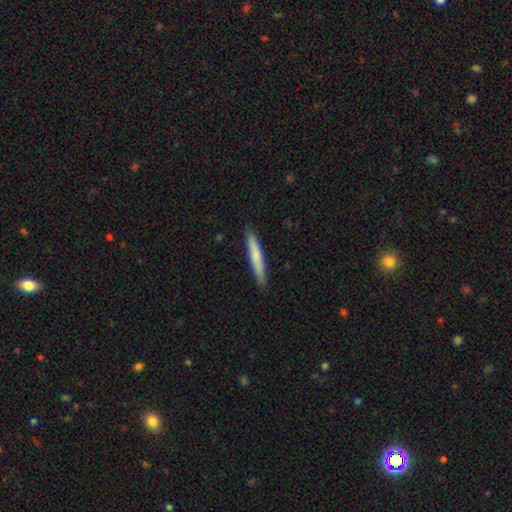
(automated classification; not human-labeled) This appears to be a smooth galaxy with no disk features (69%) that is cigar-shaped (95%). Merging: none (90%).